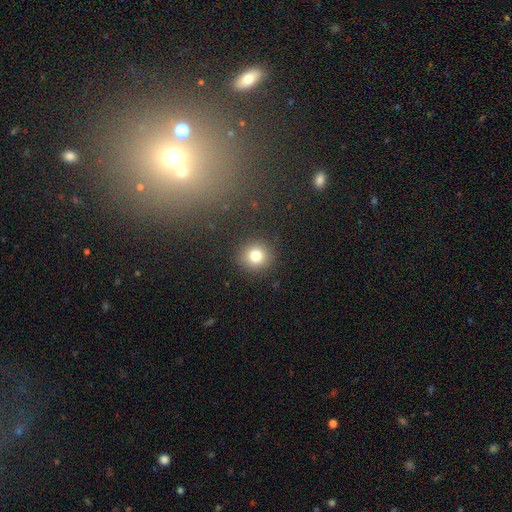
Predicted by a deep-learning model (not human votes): This appears to be a smooth galaxy with no disk features (80%) that is round (90%). Merging: none (90%).